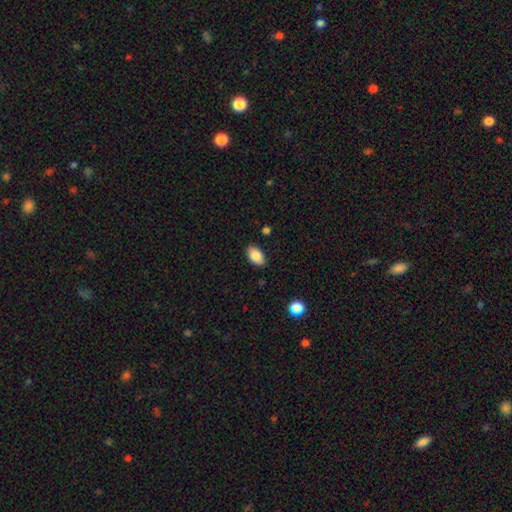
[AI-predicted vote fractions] Smooth or featured?
  - smooth: 87% *
  - star or artifact: 7%
  - featured or disk: 6%
How rounded?
  - in between: 92% *
  - round: 6%
  - cigar-shaped: 2%
Merging?
  - none: 86% *
  - minor disturbance: 10%
  - major disturbance: 2%
  - merger: 1%